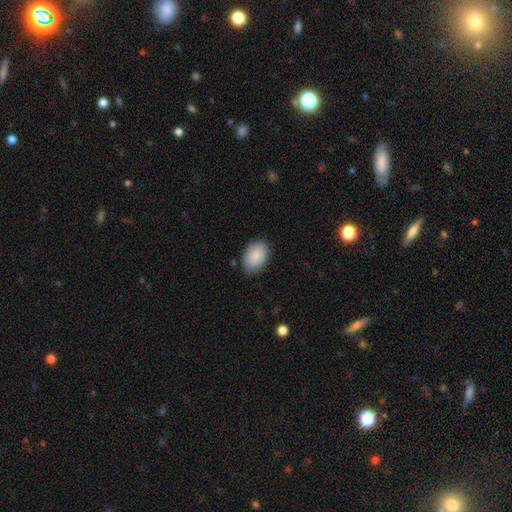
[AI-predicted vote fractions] Smooth or featured?
  - smooth: 89% *
  - star or artifact: 6%
  - featured or disk: 5%
How rounded?
  - in between: 85% *
  - round: 14%
  - cigar-shaped: 1%
Merging?
  - none: 82% *
  - minor disturbance: 14%
  - major disturbance: 3%
  - merger: 1%